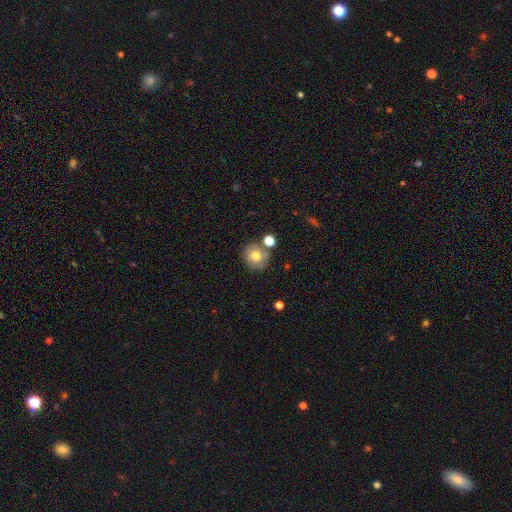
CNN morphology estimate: This appears to be a smooth galaxy with no disk features (75%) that is round (88%). Merging: none (71%).